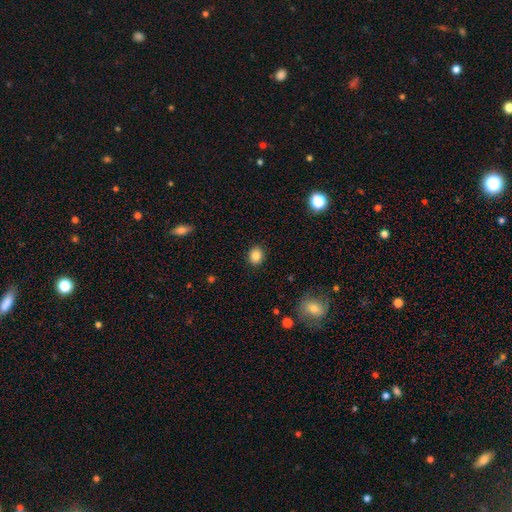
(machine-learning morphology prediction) Smooth or featured?
  - smooth: 85% *
  - star or artifact: 10%
  - featured or disk: 5%
How rounded?
  - round: 64% *
  - in between: 35%
  - cigar-shaped: 1%
Merging?
  - none: 89% *
  - minor disturbance: 7%
  - major disturbance: 2%
  - merger: 1%